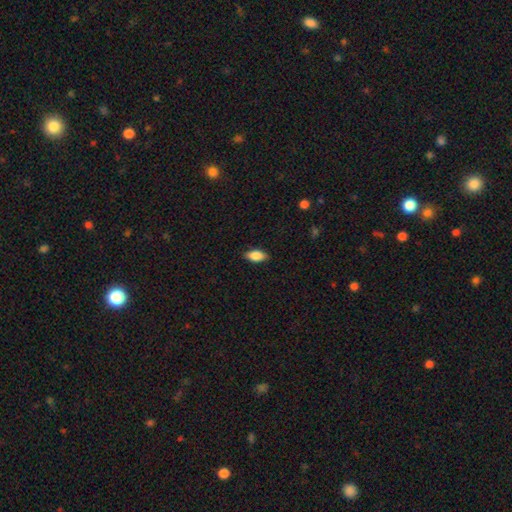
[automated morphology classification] This is clearly a smooth galaxy (83%). How rounded: clearly in between (89%). Merging: clearly none (86%).